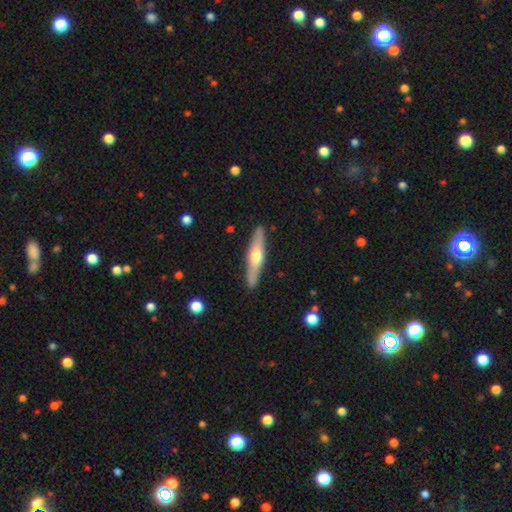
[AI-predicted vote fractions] smooth_or_featured: featured or disk (p=0.54) [alt: smooth p=0.40]
disk_edge_on: yes (p=0.90) [alt: no p=0.10]
merging: none (p=0.88) [alt: minor disturbance p=0.09]